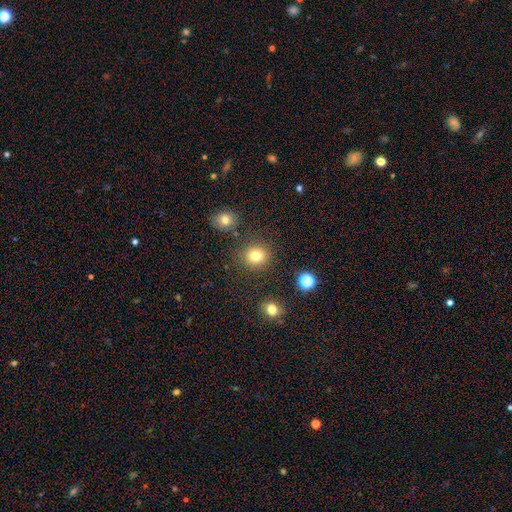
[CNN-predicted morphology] A smooth galaxy with no disk features (79%) that is round (85%). Merging: none (86%).